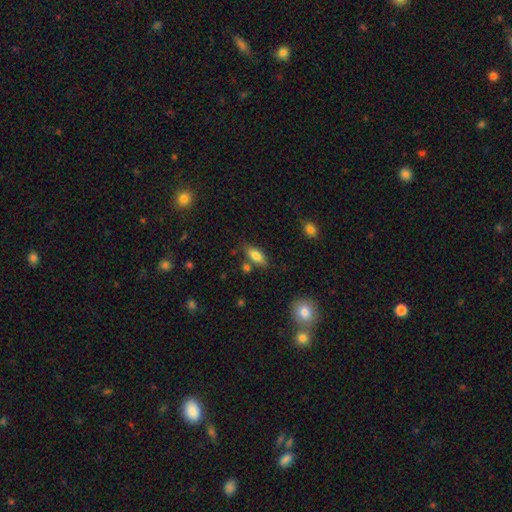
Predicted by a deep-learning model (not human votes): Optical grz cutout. It shows a smooth galaxy with no disk features (77%) that is in between round and cigar-shaped (80%). Merging: none (72%).